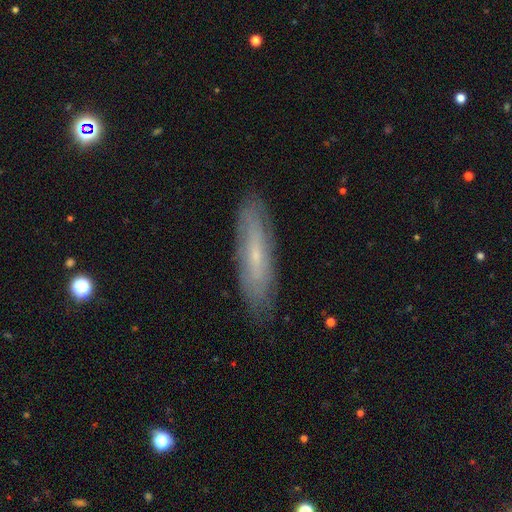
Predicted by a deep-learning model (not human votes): Overall: featured or disk (51%; smooth 41%). Edge-on disk: no (52%; yes 48%). Merging: none (85%).